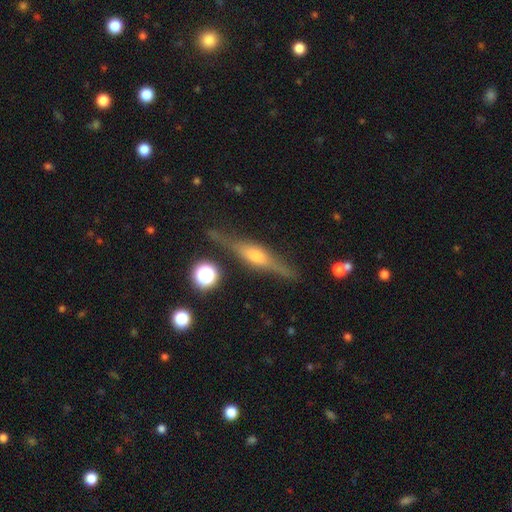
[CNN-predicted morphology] featured or disk 74%, smooth 18%, star or artifact 8%. Down the decision tree: edge-on disk — yes (95%); edge-on bulge — rounded (81%); merging — none (80%).